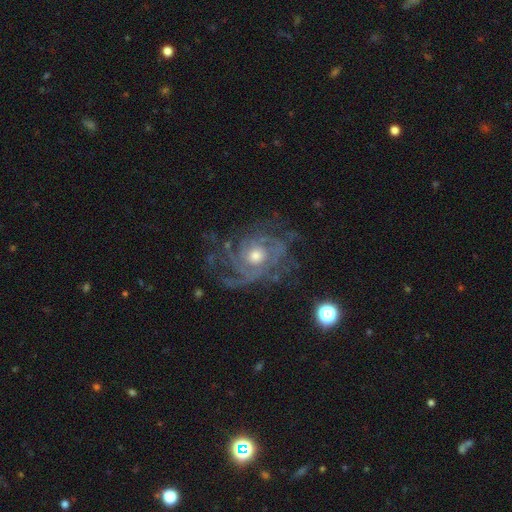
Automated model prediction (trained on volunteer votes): Smooth or featured: featured or disk — 86% (star or artifact — 8%)
Edge-on disk: no — 97% (yes — 3%)
Bar: no — 78% (weak — 18%)
Spiral arms: yes — 93% (no — 7%)
Spiral winding: tight — 58% (medium — 33%)
Spiral arm count: can't tell — 36% (3 — 20%)
Bulge size: moderate — 67% (small — 25%)
Merging: none — 63% (minor disturbance — 19%)